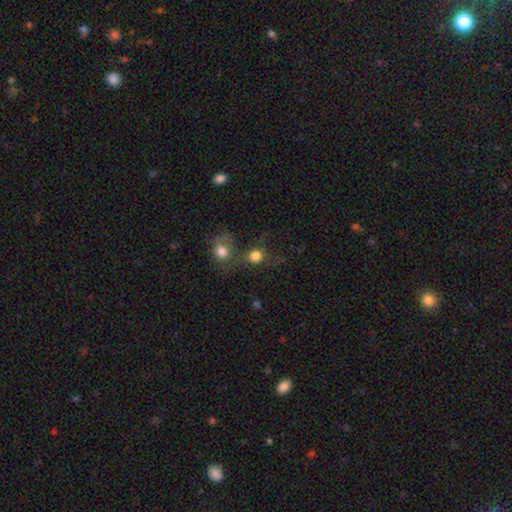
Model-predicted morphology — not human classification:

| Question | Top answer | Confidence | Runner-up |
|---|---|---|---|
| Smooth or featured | smooth | 74% | star or artifact (14%) |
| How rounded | round | 80% | in between (18%) |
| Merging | merger | 50% | none (32%) |